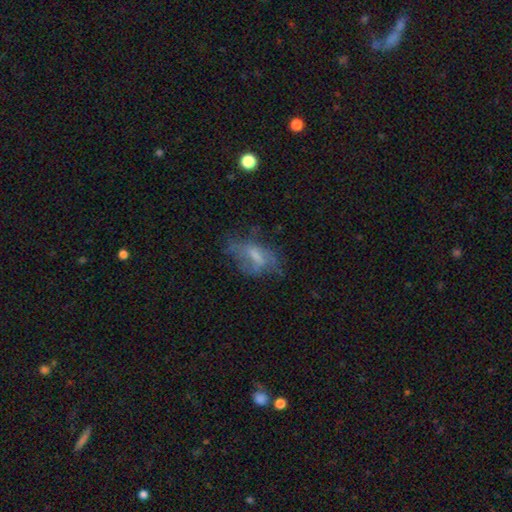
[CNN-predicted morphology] A featured or disk galaxy (49%).

Vote fractions:
- Smooth or featured? featured or disk: 49% / smooth: 39% / star or artifact: 12%
- Merging? none: 41% / major disturbance: 30% / minor disturbance: 26% / merger: 3%